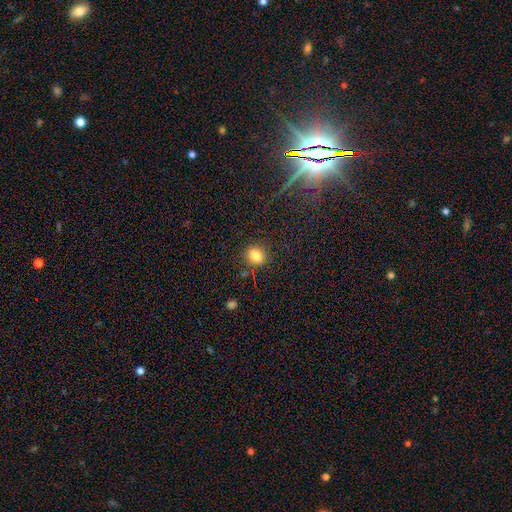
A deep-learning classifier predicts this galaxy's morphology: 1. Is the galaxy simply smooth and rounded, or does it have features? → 81% smooth, 12% star or artifact, 7% featured or disk.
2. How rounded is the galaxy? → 66% round, 32% in between, 1% cigar-shaped.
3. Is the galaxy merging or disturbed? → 84% none, 10% minor disturbance, 3% major disturbance, 3% merger.